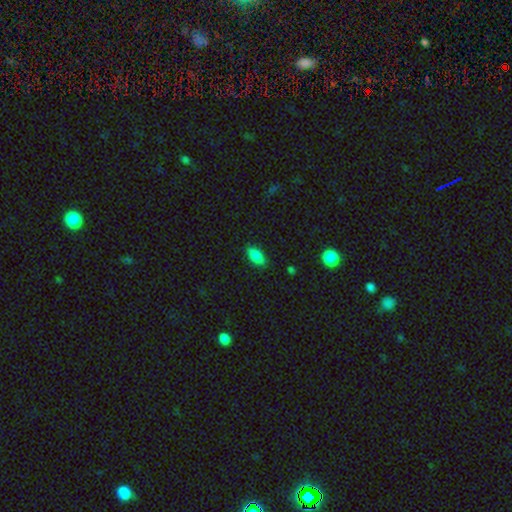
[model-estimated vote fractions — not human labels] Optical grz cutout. It shows a smooth galaxy with no disk features (87%) that is in between round and cigar-shaped (89%). Merging: none (84%).